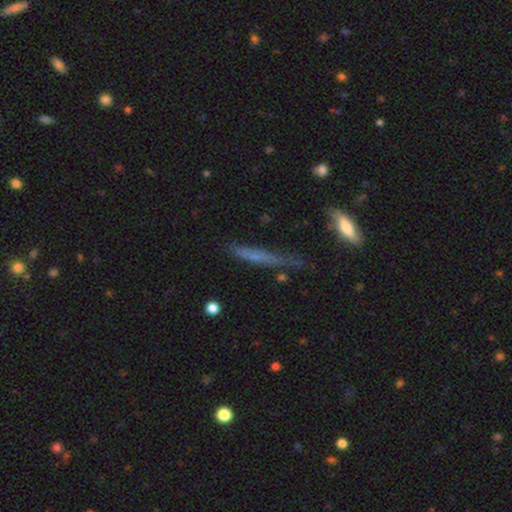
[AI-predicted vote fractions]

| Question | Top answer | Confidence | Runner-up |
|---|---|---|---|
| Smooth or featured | smooth | 48% | featured or disk (40%) |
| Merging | none | 64% | minor disturbance (24%) |